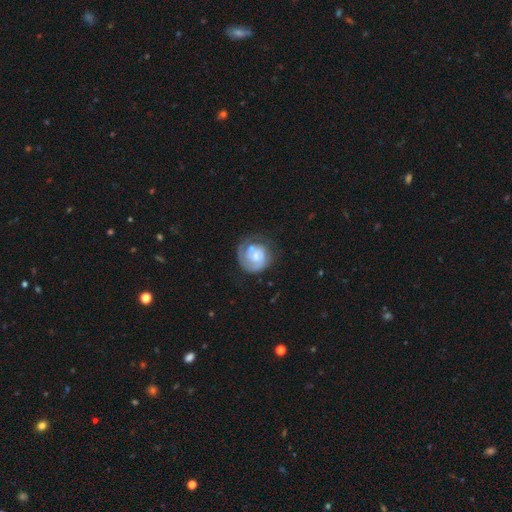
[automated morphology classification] featured or disk 74%, smooth 20%, star or artifact 6%. Down the decision tree: edge-on disk — no (98%); bar — no (56%); spiral arms — yes (89%); spiral arm count — 2 (35%); spiral winding — tight (65%); bulge size — small (47%); merging — none (61%).